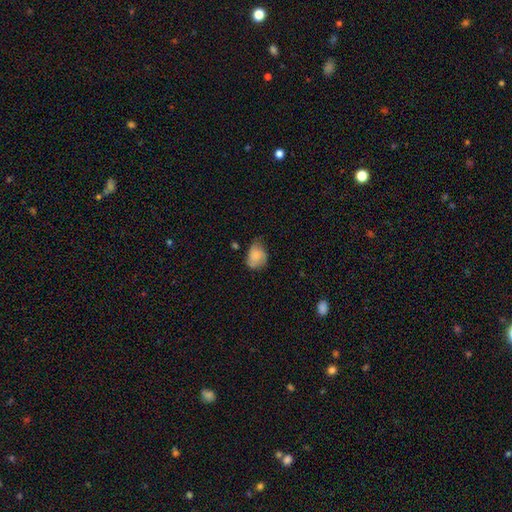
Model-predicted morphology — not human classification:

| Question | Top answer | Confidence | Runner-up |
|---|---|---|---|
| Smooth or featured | smooth | 73% | featured or disk (19%) |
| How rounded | in between | 61% | round (38%) |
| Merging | none | 41% | tied: minor disturbance (41%) |